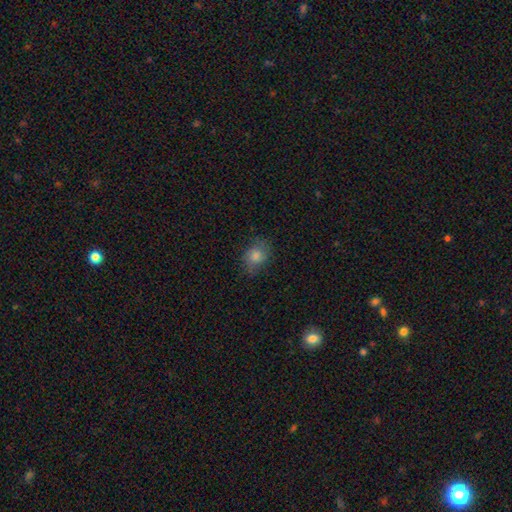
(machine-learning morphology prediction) Smooth or featured: smooth — 69% (featured or disk — 18%)
How rounded: round — 52% (in between — 47%)
Merging: none — 71% (minor disturbance — 21%)